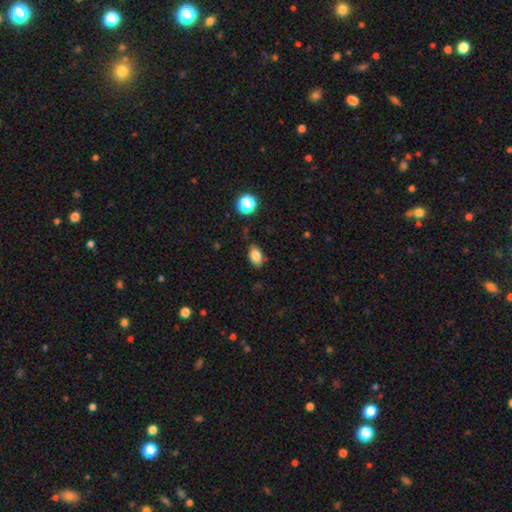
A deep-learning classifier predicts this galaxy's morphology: type=smooth (82%); roundness=in between (87%); merging=none (83%).